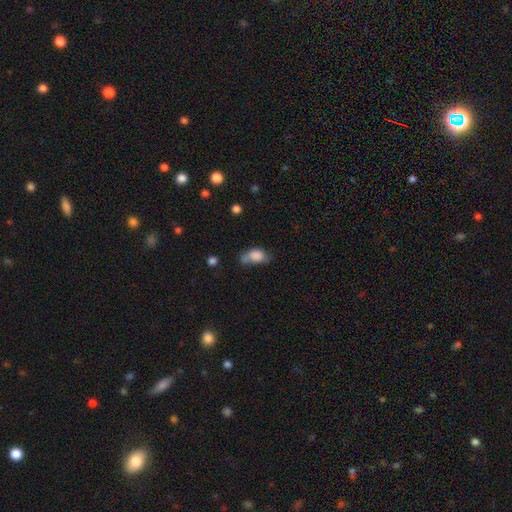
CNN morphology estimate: type=smooth (79%); roundness=in between (81%); merging=none (35%).